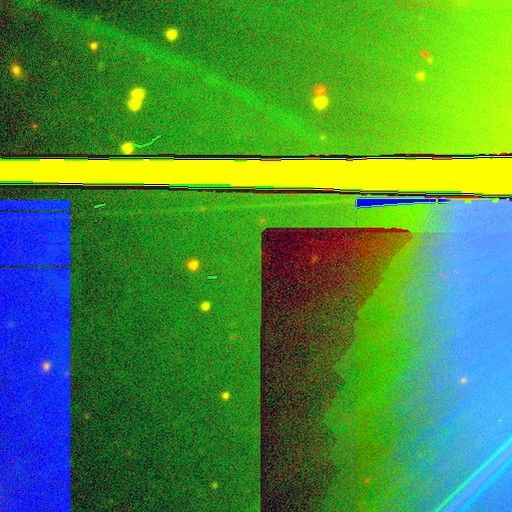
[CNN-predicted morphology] Smooth or featured?
  - star or artifact: 85% *
  - featured or disk: 9%
  - smooth: 6%